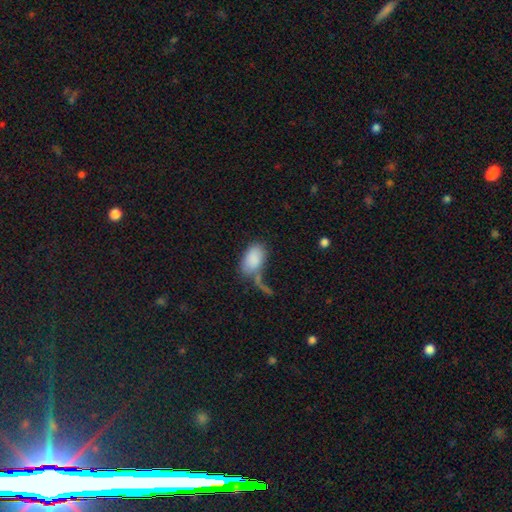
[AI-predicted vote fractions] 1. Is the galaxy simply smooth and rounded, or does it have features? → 80% smooth, 11% star or artifact, 9% featured or disk.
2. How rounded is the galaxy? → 91% in between, 7% round, 3% cigar-shaped.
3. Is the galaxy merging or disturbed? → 46% none, 19% merger, 19% minor disturbance, 15% major disturbance.